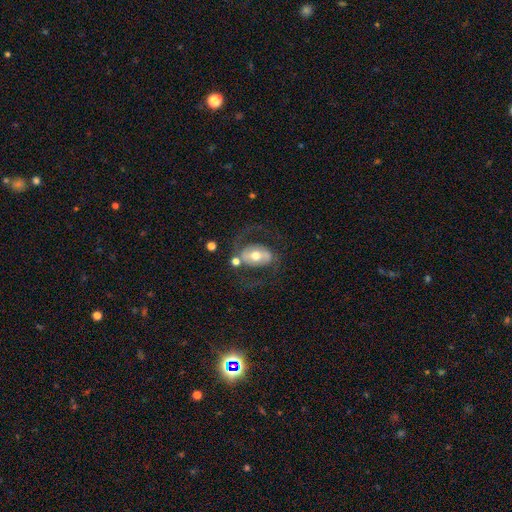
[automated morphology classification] Smooth or featured? featured or disk (69%)
Edge-on disk? no (95%)
Bar? no (36%)
Spiral arms? yes (72%)
Bulge size? moderate (73%)
Merging? none (57%)